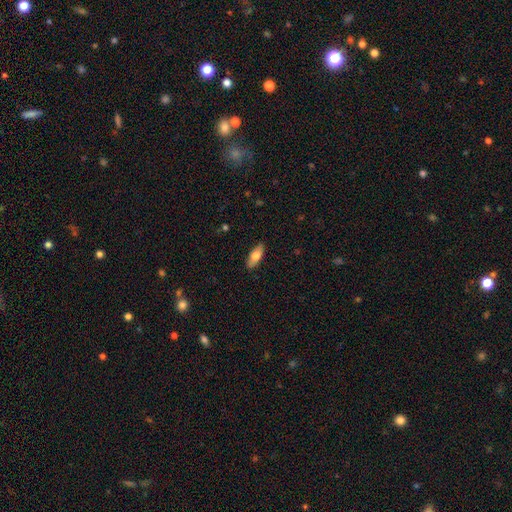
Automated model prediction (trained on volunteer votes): A smooth galaxy with no disk features (70%) that is in between round and cigar-shaped (71%). Merging: none (88%).